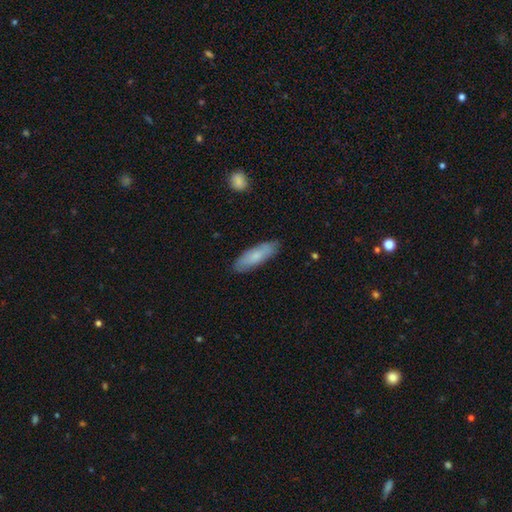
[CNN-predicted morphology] This appears to be a smooth galaxy with no disk features (73%) that is in between round and cigar-shaped (51%). Merging: none (84%).